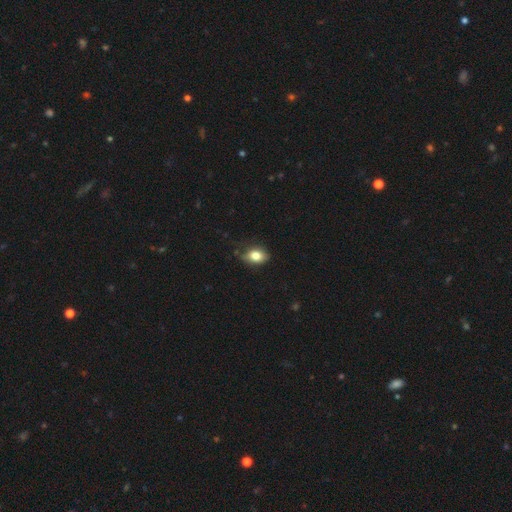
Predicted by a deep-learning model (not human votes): Overall: smooth (80%). How rounded: in between (78%). Merging: none (67%).